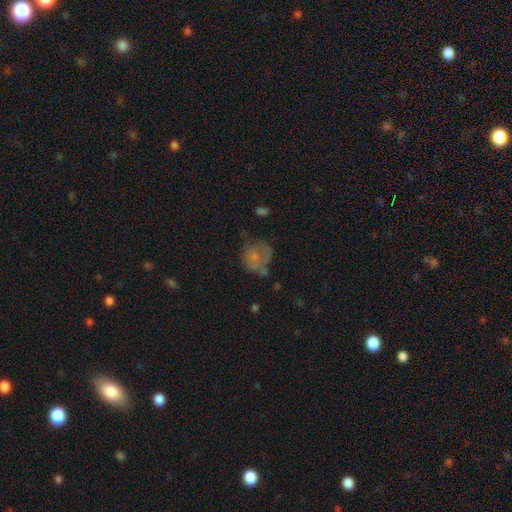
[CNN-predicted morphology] Smooth or featured? smooth (56%)
How rounded? round (62%)
Merging? none (38%)